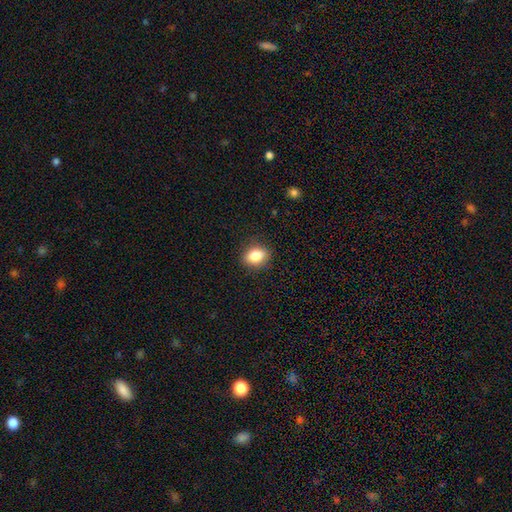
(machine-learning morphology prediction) A smooth galaxy with no disk features (84%) that is in between round and cigar-shaped (70%). Merging: none (87%).